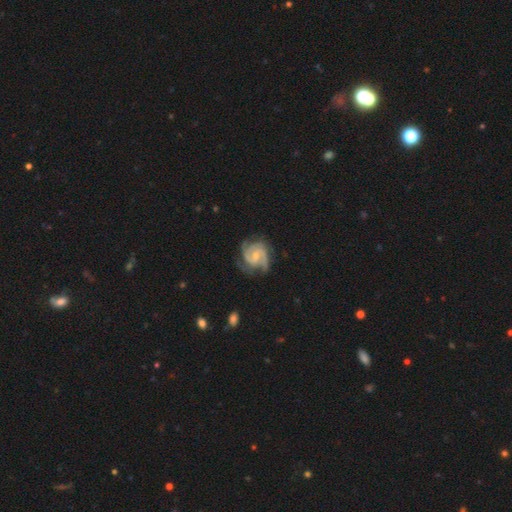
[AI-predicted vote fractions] Overall: featured or disk (90%). Edge-on disk: no (98%). Bar: no (50%; weak 41%). Spiral arms: yes (98%). Spiral arm count: 2 (43%; 3 36%). Spiral winding: tight (49%; medium 43%). Bulge size: small (58%; moderate 36%). Merging: none (69%).